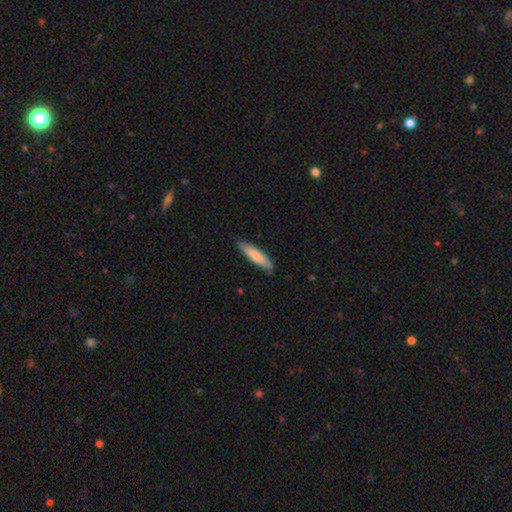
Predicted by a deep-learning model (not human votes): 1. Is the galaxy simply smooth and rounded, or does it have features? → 74% smooth, 21% featured or disk, 5% star or artifact.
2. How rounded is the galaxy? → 74% cigar-shaped, 24% in between, 1% round.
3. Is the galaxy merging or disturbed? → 82% none, 15% minor disturbance, 2% major disturbance, 1% merger.